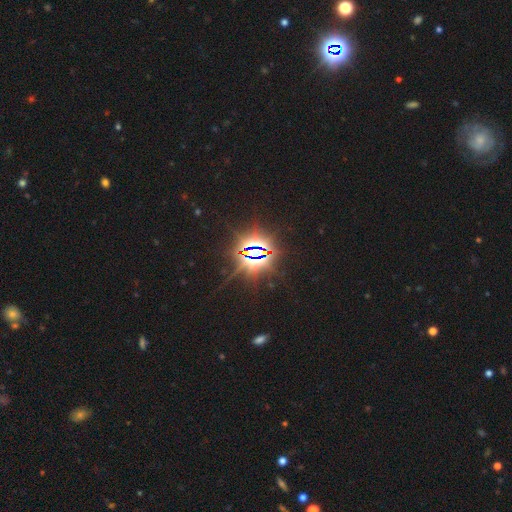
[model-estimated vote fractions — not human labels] A star or artifact, not a galaxy (86%).

Vote fractions:
- Smooth or featured? star or artifact: 86% / smooth: 7% / featured or disk: 7%